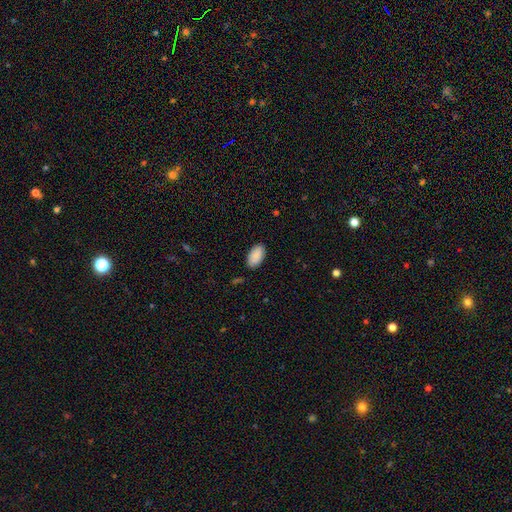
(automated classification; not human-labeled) Morphology: type=smooth (91%); roundness=in between (95%); merging=none (87%).